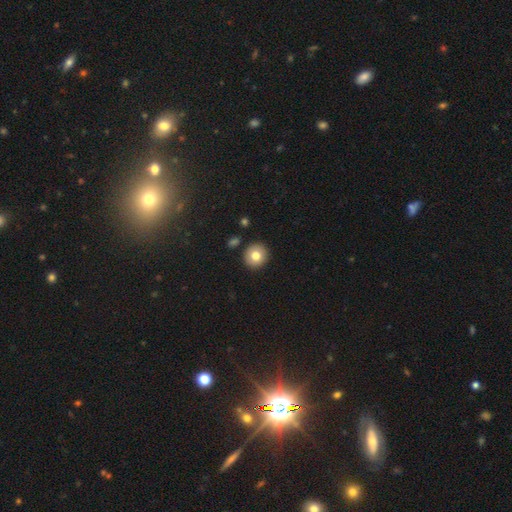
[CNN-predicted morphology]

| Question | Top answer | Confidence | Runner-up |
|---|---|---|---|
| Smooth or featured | smooth | 79% | featured or disk (12%) |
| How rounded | round | 88% | in between (11%) |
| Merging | none | 90% | minor disturbance (6%) |